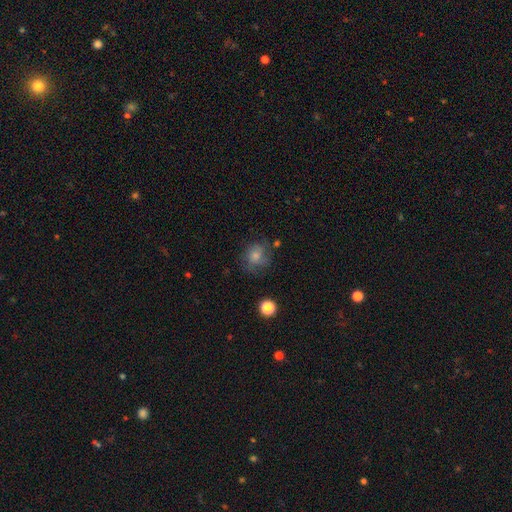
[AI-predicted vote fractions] smooth 67%, featured or disk 22%, star or artifact 12%. Down the decision tree: how rounded — round (71%); merging — none (59%).